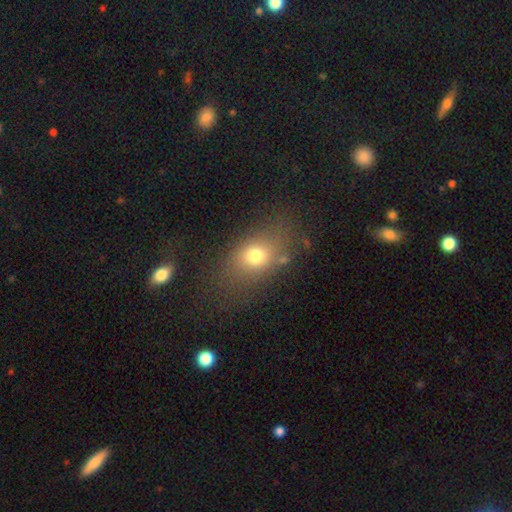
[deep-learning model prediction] This is likely a smooth galaxy (71%). How rounded: likely in between (63%). Merging: likely none (72%).